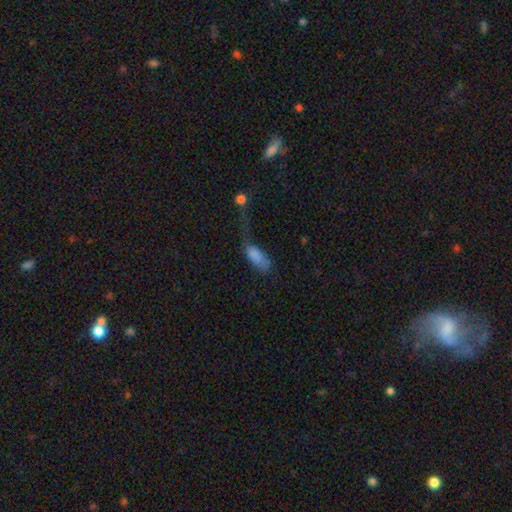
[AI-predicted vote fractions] This appears to be a smooth galaxy with no disk features (80%) that is in between round and cigar-shaped (86%). Merging: major disturbance (49%).